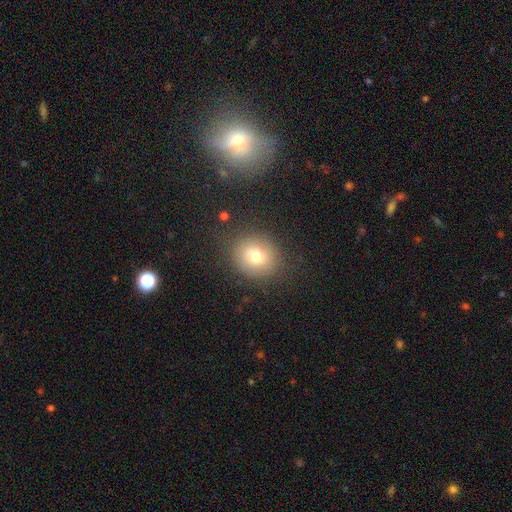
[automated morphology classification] This appears to be a smooth galaxy with no disk features (73%) that is round (77%). Merging: none (82%).